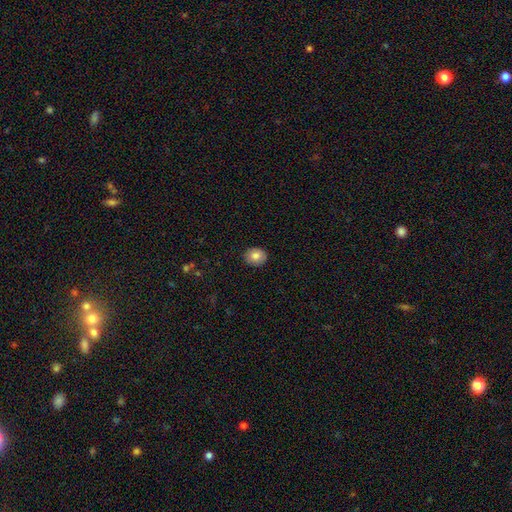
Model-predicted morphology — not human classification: This is clearly a smooth galaxy (82%). How rounded: possibly round (59%). Merging: clearly none (90%).